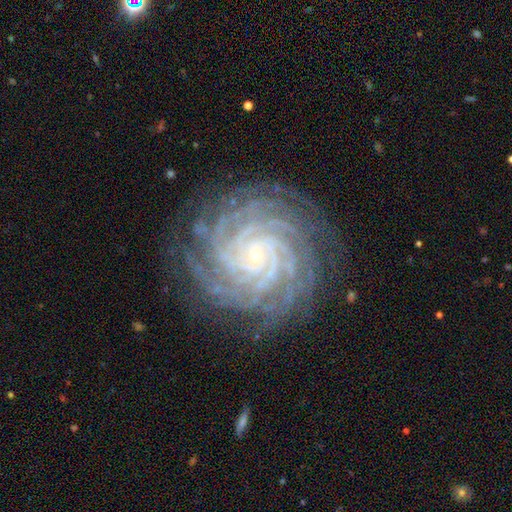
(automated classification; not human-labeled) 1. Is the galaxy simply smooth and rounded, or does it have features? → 92% featured or disk, 5% star or artifact, 3% smooth.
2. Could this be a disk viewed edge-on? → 98% no, 2% yes.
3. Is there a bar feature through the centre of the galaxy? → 71% no, 20% weak, 10% strong.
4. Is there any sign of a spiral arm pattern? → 99% yes, 1% no.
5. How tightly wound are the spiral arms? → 87% tight, 11% medium, 2% loose.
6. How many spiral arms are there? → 40% more than 4, 23% 4, 11% can't tell, 10% 3, 8% 2, 8% 1.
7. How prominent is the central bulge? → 88% small, 8% moderate, 1% none, 1% large, 1% dominant.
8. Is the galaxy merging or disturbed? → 83% none, 12% minor disturbance, 4% major disturbance, 1% merger.